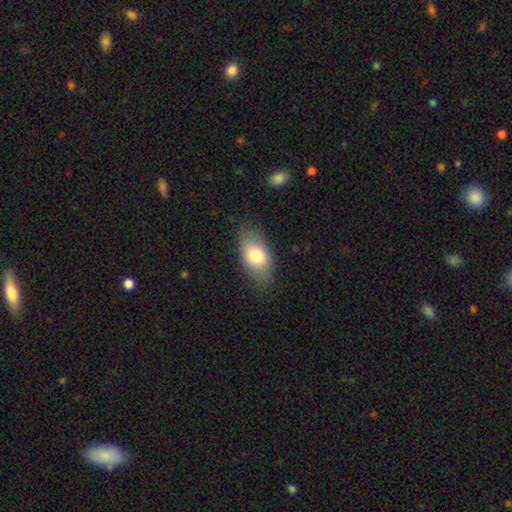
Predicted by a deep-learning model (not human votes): Overall: smooth (78%). How rounded: in between (91%). Merging: none (79%).